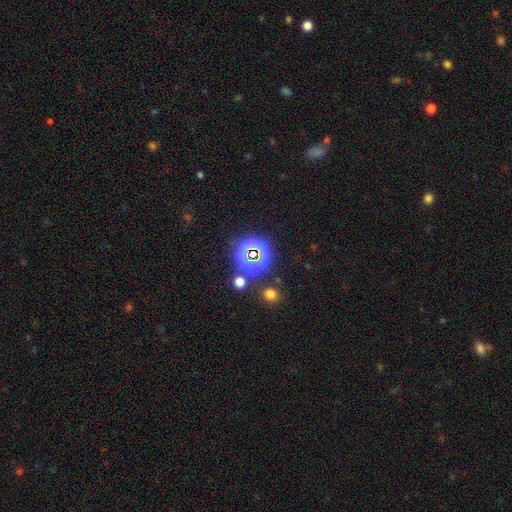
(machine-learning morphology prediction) star or artifact 68%, smooth 24%, featured or disk 9%.